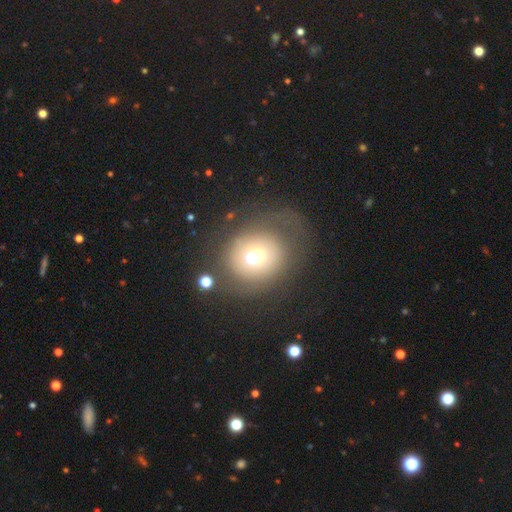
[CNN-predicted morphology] The model was most divided on "smooth or featured": smooth: 55%, featured or disk: 31%, star or artifact: 13%. More confident: how rounded — round (70%); merging — none (51%).